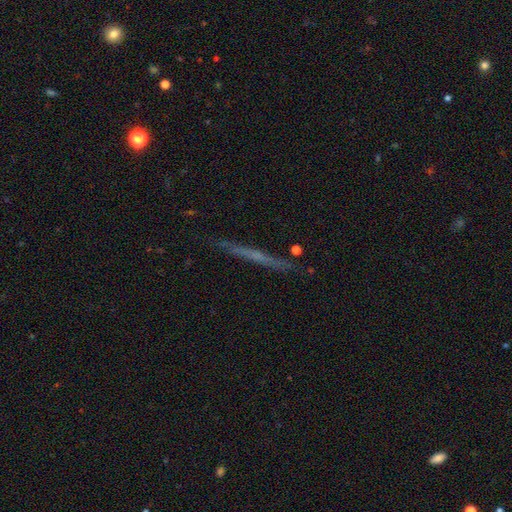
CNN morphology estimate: Overall: featured or disk (62%; smooth 30%). Edge-on disk: yes (97%). Edge-on bulge: none (74%). Merging: none (88%).